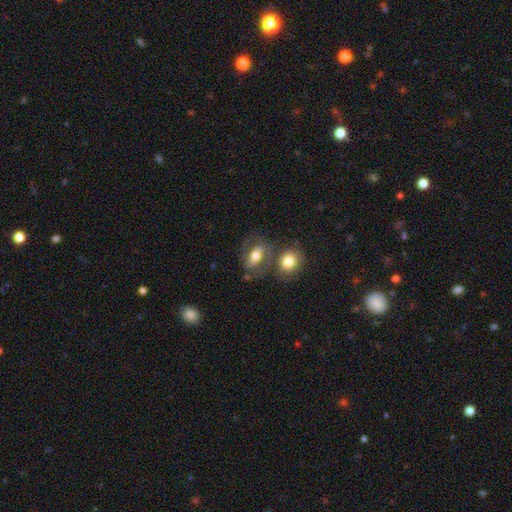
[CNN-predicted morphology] type=smooth (60%); roundness=in between (81%); merging=none (53%).